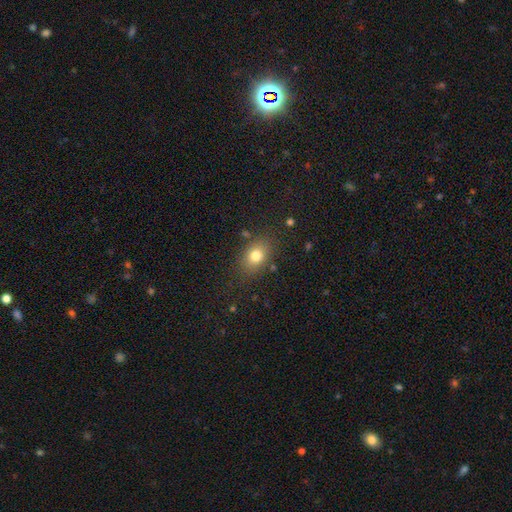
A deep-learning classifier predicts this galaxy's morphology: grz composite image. It shows a smooth galaxy with no disk features (78%) that is in between round and cigar-shaped (71%). Merging: none (81%).